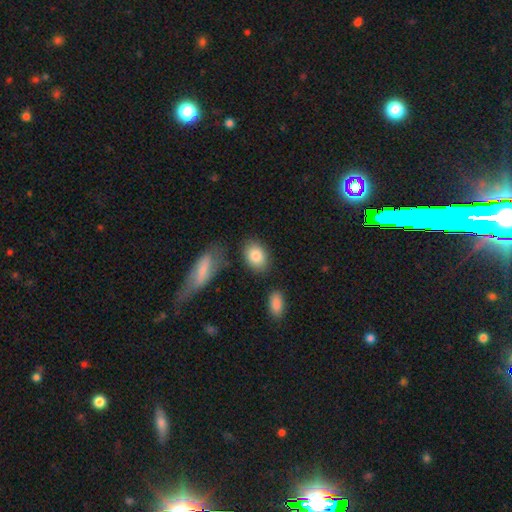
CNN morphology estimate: Overall: smooth (85%). How rounded: in between (82%). Merging: none (76%).